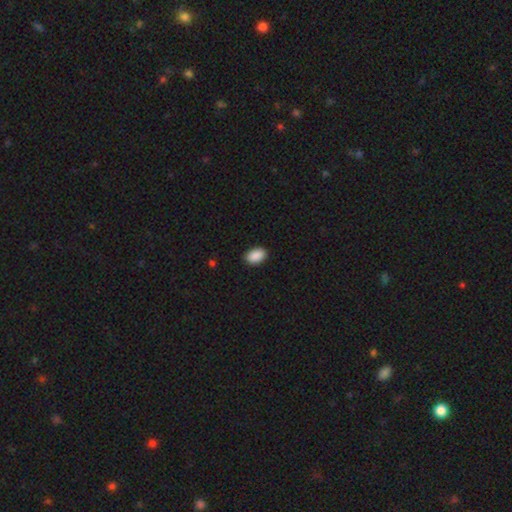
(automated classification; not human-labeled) Morphology: type=smooth (91%); roundness=in between (92%); merging=none (90%).